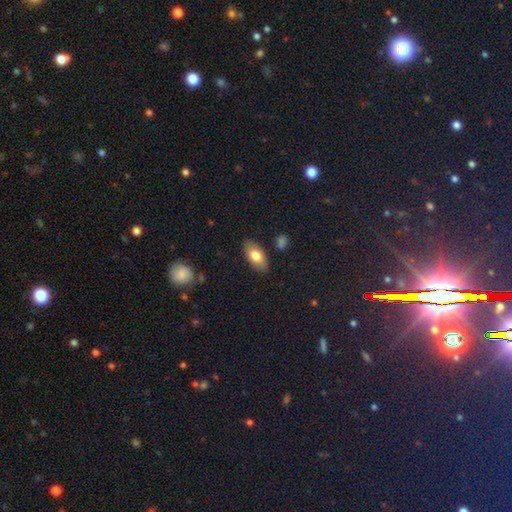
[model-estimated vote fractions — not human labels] smooth-or-featured: smooth: 75% | featured or disk: 18% | star or artifact: 6%
  how-rounded: in between: 91% | cigar-shaped: 5% | round: 4%
  merging: none: 85% | minor disturbance: 11% | major disturbance: 2% | merger: 2%